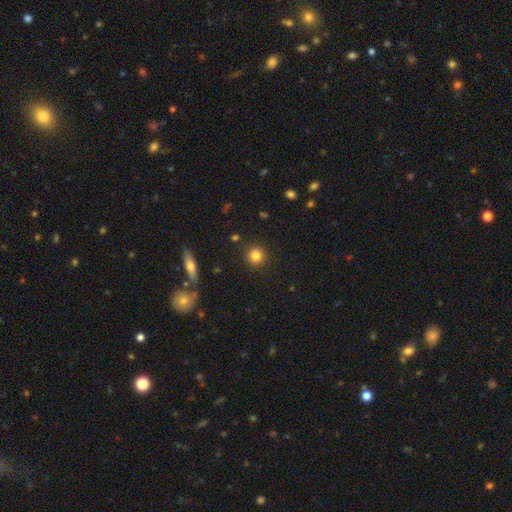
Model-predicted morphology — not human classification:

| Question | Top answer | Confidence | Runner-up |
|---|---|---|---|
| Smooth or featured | smooth | 83% | star or artifact (11%) |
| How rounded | round | 93% | in between (6%) |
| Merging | none | 90% | minor disturbance (6%) |